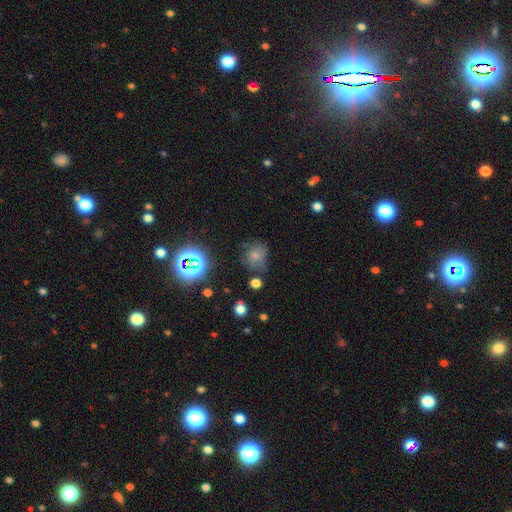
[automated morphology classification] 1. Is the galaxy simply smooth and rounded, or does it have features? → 60% smooth, 23% star or artifact, 17% featured or disk.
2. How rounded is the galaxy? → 71% round, 28% in between, 1% cigar-shaped.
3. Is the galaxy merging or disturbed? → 54% none, 27% minor disturbance, 14% major disturbance, 5% merger.